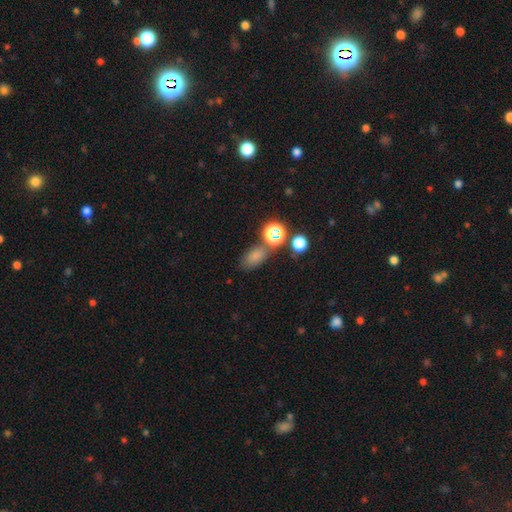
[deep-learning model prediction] A smooth galaxy with no disk features (71%) that is in between round and cigar-shaped (80%).

Vote fractions:
- Smooth or featured? smooth: 71% / star or artifact: 20% / featured or disk: 9%
- How rounded? in between: 80% / round: 16% / cigar-shaped: 3%
- Merging? none: 64% / minor disturbance: 16% / merger: 14% / major disturbance: 6%